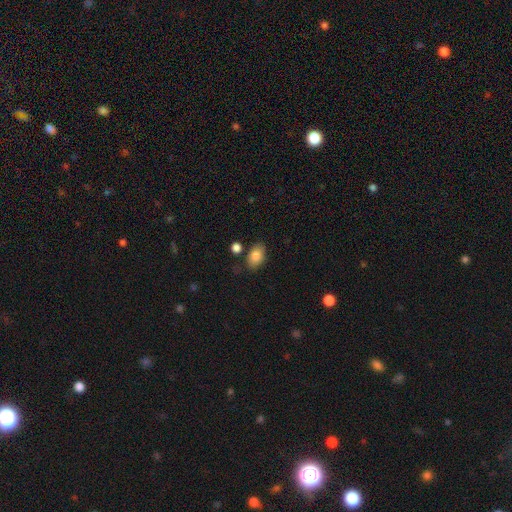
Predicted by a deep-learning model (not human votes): smooth-or-featured: smooth: 85% | star or artifact: 8% | featured or disk: 7%
  how-rounded: in between: 86% | round: 13% | cigar-shaped: 1%
  merging: none: 76% | minor disturbance: 14% | merger: 5% | major disturbance: 4%